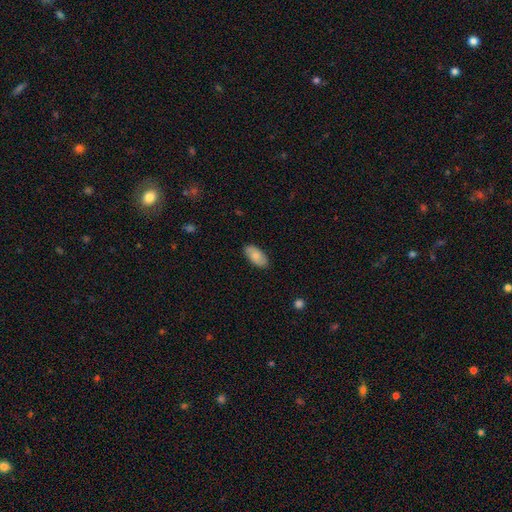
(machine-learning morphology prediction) This is likely a smooth galaxy (74%). How rounded: clearly in between (94%). Merging: clearly none (86%).